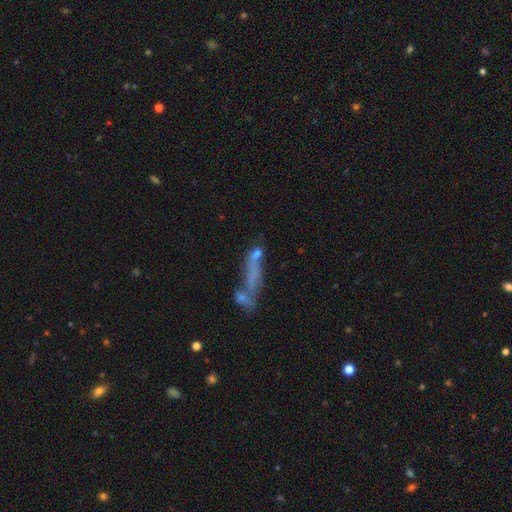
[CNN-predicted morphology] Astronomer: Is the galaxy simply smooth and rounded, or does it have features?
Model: smooth — 50% (runner-up: featured or disk, 33%).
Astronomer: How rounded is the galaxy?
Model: cigar-shaped — 69%.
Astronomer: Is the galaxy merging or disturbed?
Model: merger — 39% (runner-up: none, 31%).